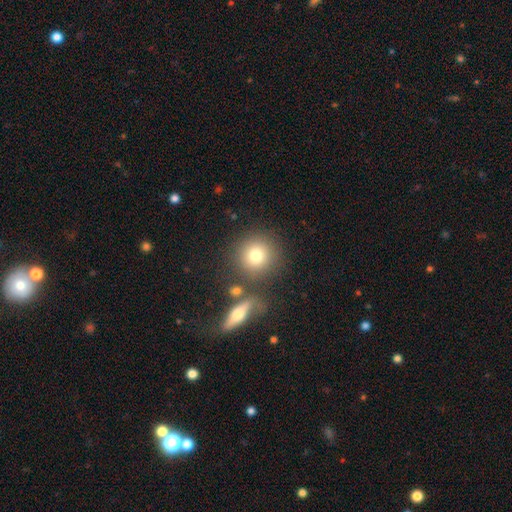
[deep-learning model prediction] Overall: smooth (77%). How rounded: round (90%). Merging: none (75%).